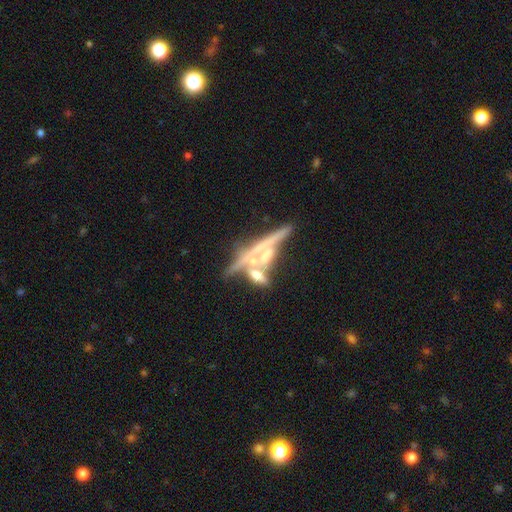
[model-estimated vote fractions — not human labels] smooth_or_featured: featured or disk (p=0.63) [alt: smooth p=0.20]
disk_edge_on: yes (p=0.71) [alt: no p=0.29]
merging: merger (p=0.45) [alt: none p=0.33]